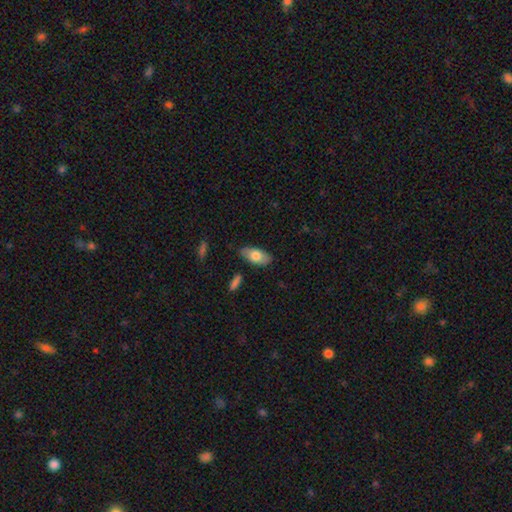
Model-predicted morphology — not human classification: smooth 71%, featured or disk 23%, star or artifact 6%. Down the decision tree: how rounded — in between (91%); merging — none (81%).